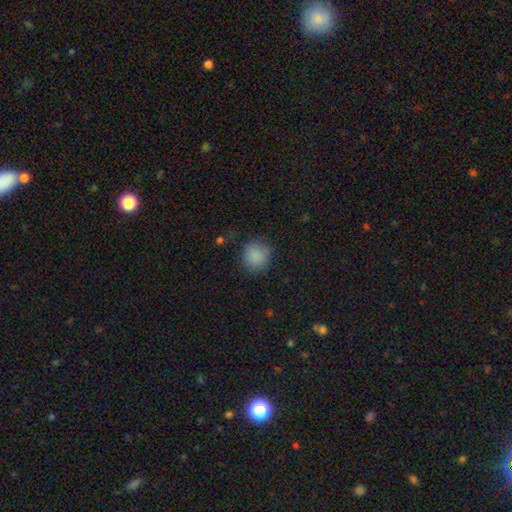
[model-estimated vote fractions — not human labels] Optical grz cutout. It shows a smooth galaxy with no disk features (86%) that is round (89%). Merging: none (80%).